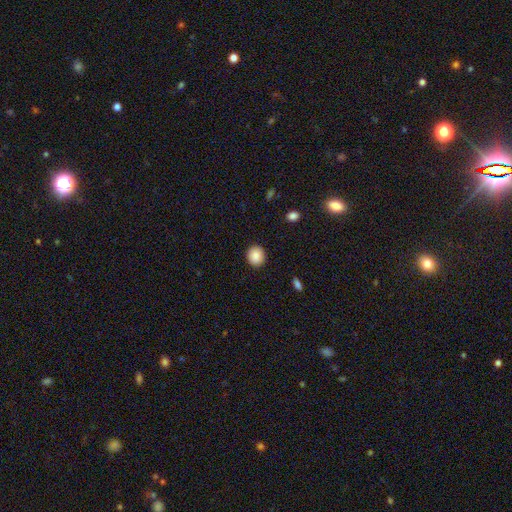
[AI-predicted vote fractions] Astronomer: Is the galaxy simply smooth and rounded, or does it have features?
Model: smooth — 89%.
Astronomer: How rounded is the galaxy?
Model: round — 83%.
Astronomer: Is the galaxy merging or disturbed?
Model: none — 90%.